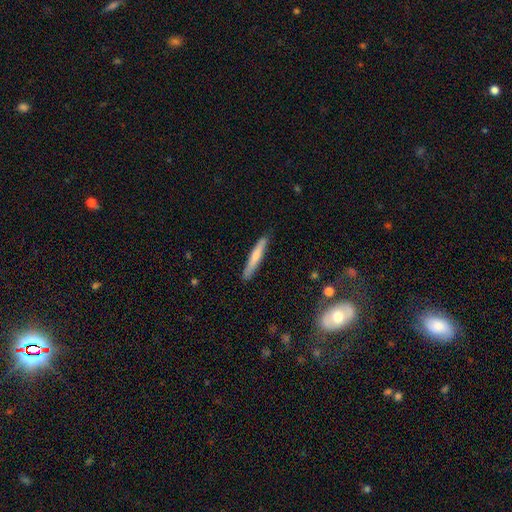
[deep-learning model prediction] A smooth galaxy with no disk features (64%) that is cigar-shaped (94%). Merging: none (86%).